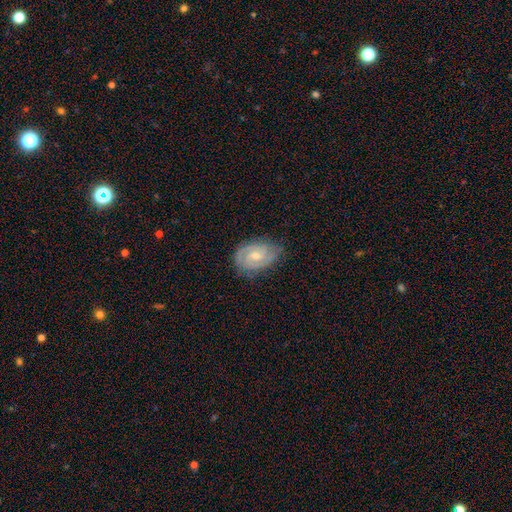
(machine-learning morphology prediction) Smooth or featured? Predicted: featured or disk (p=0.80). Edge-on disk? Predicted: no (p=0.97). Bar? Predicted: no (p=0.48). Spiral arms? Predicted: yes (p=0.96). Spiral winding? Predicted: tight (p=0.60). Spiral arm count? Predicted: 2 (p=0.69). Bulge size? Predicted: small (p=0.48). Merging? Predicted: none (p=0.74).